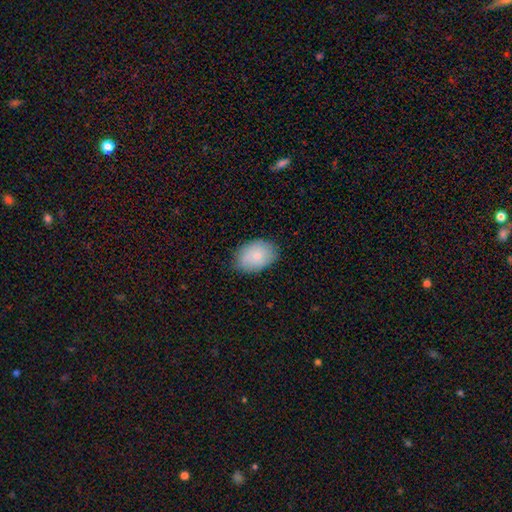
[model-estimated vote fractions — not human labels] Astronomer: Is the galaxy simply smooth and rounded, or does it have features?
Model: smooth — 77%.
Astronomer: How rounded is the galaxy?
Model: in between — 81%.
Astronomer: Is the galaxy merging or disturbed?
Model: none — 81%.